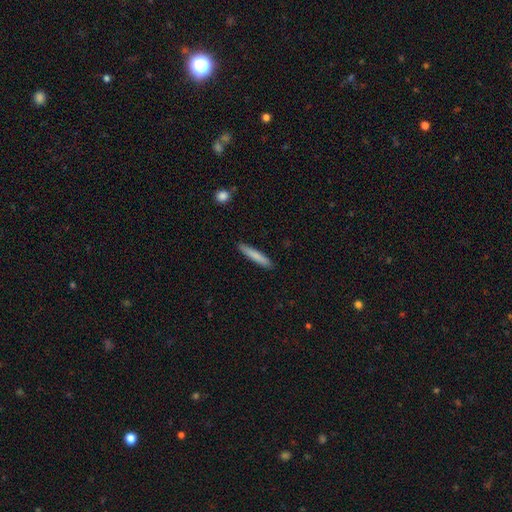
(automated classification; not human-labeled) Overall: smooth (80%). How rounded: cigar-shaped (93%). Merging: none (90%).